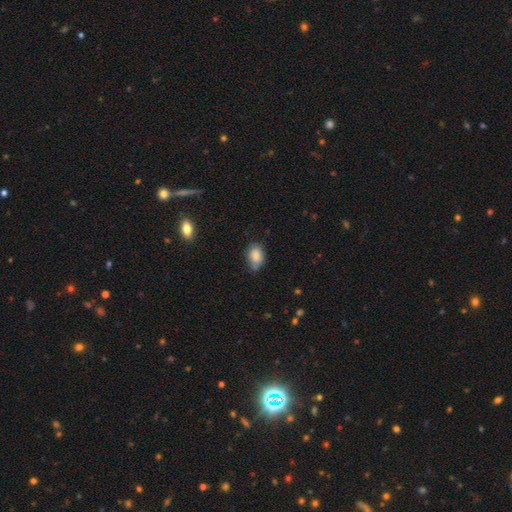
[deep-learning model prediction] Morphology: type=smooth (84%); roundness=in between (85%); merging=none (63%).